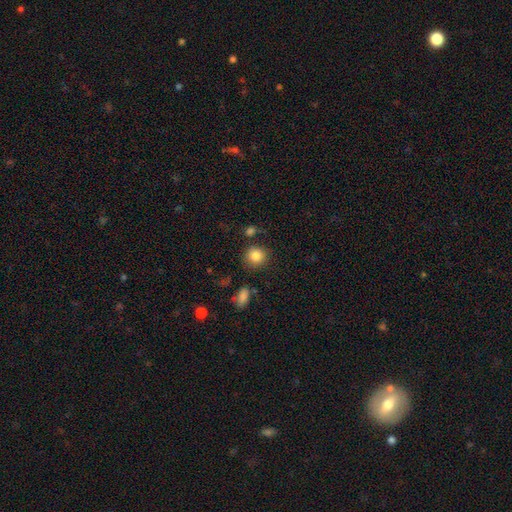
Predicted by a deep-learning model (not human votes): The model was most divided on "merging": none: 83%, minor disturbance: 9%, merger: 5%, major disturbance: 3%. More confident: how rounded — round (89%); smooth or featured — smooth (85%).